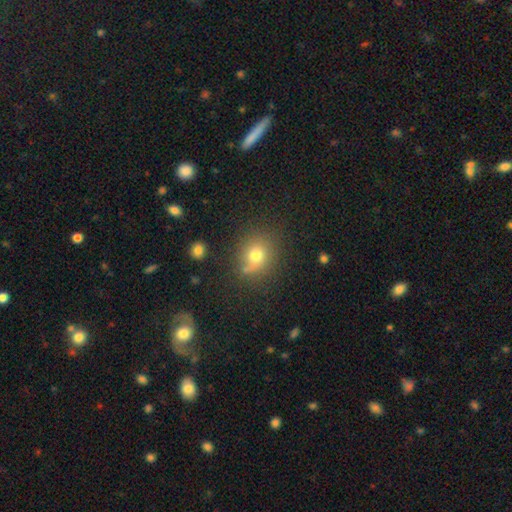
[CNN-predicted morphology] A smooth galaxy with no disk features (73%) that is round (69%). Merging: none (70%).